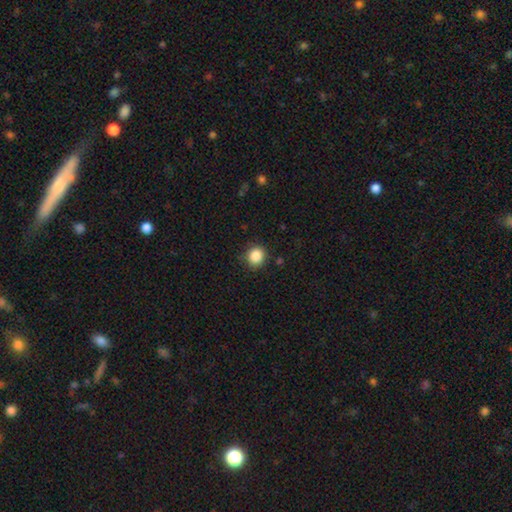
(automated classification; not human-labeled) Smooth or featured? smooth (86%)
How rounded? round (84%)
Merging? none (87%)